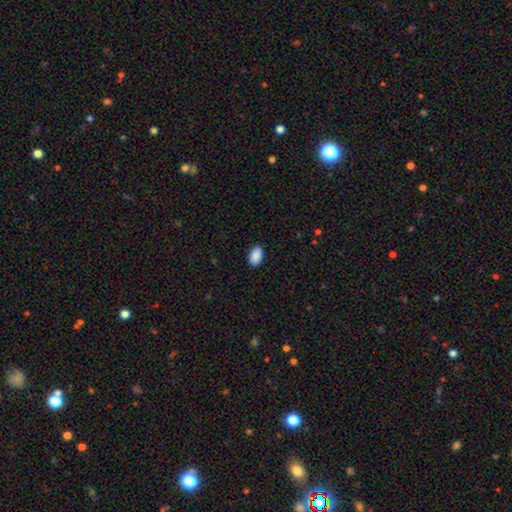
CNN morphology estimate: This is clearly a smooth galaxy (91%). How rounded: clearly in between (93%). Merging: clearly none (90%).